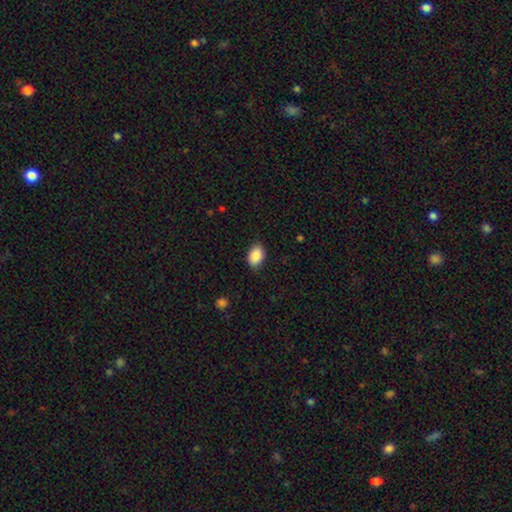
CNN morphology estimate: smooth_or_featured: smooth (p=0.88) [alt: star or artifact p=0.07]
how_rounded: in between (p=0.88) [alt: round p=0.11]
merging: none (p=0.84) [alt: minor disturbance p=0.12]